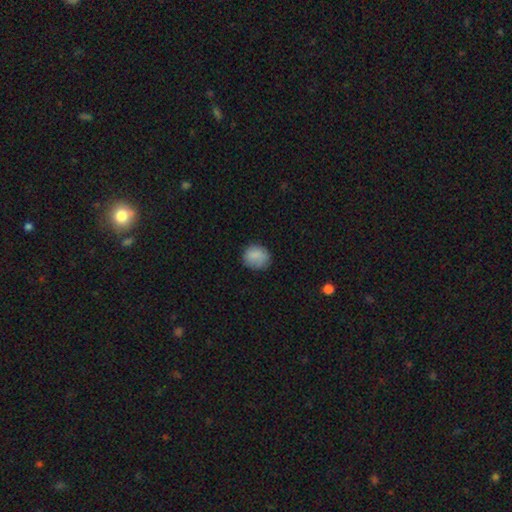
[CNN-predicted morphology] The model was most divided on "how rounded": round: 76%, in between: 23%, cigar-shaped: 1%. More confident: smooth or featured — smooth (85%); merging — none (77%).